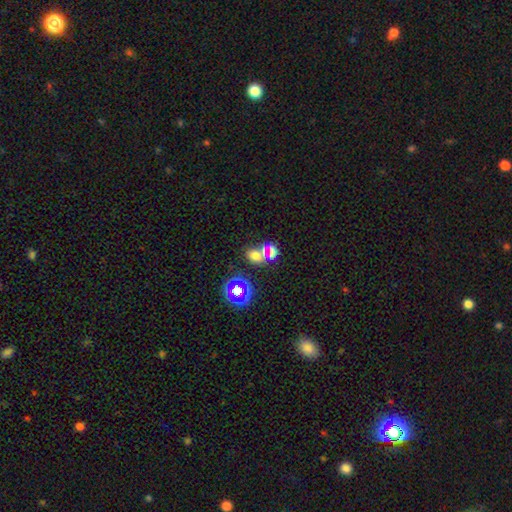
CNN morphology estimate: Smooth or featured?
  - smooth: 62% *
  - star or artifact: 25%
  - featured or disk: 13%
How rounded?
  - in between: 61% *
  - round: 38%
  - cigar-shaped: 1%
Merging?
  - merger: 44% *
  - none: 43%
  - minor disturbance: 9%
  - major disturbance: 5%